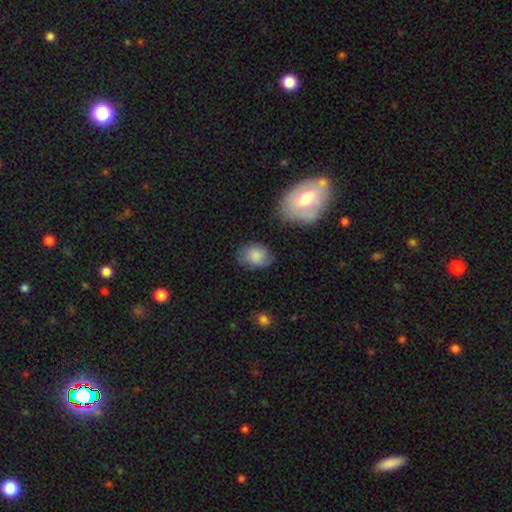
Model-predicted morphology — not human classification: Overall: smooth (84%). How rounded: in between (74%). Merging: none (75%).